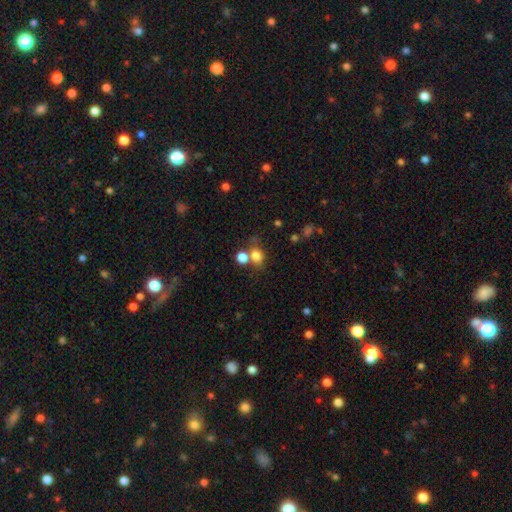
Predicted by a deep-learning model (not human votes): This is likely a smooth galaxy (78%). How rounded: possibly round (53%). Merging: possibly none (54%).